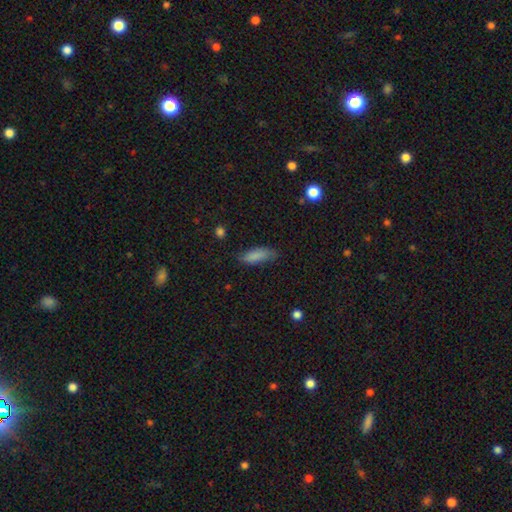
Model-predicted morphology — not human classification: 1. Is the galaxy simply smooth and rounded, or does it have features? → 84% smooth, 9% featured or disk, 7% star or artifact.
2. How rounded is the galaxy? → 65% in between, 33% cigar-shaped, 2% round.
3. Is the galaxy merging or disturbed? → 68% none, 24% minor disturbance, 6% major disturbance, 2% merger.